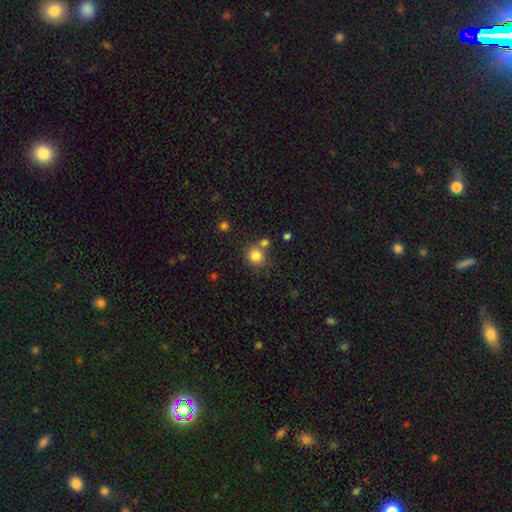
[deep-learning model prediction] Smooth or featured: smooth — 82% (star or artifact — 12%)
How rounded: round — 86% (in between — 13%)
Merging: none — 68% (merger — 18%)